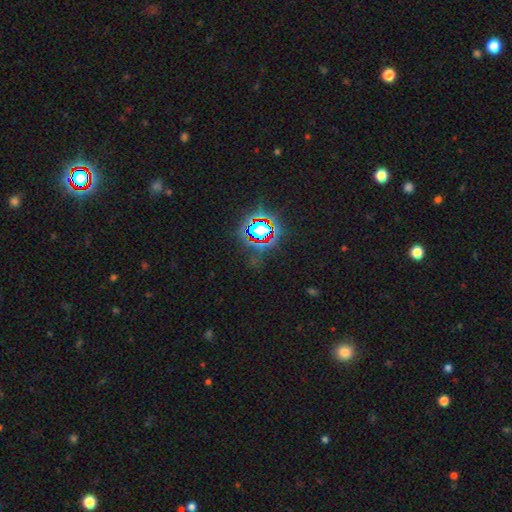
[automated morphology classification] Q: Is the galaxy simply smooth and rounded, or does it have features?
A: star or artifact — 78%.